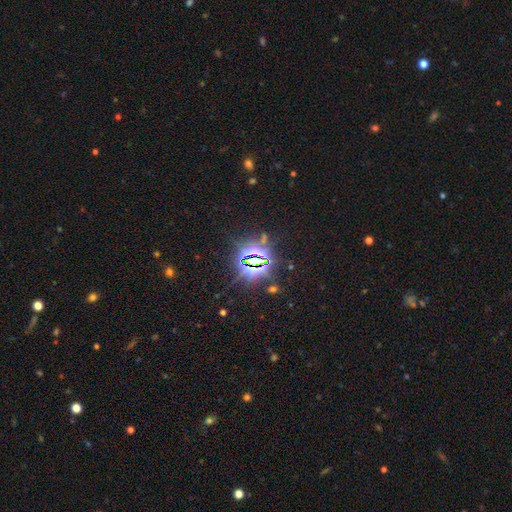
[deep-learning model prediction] Smooth or featured: star or artifact — 84% (smooth — 9%)